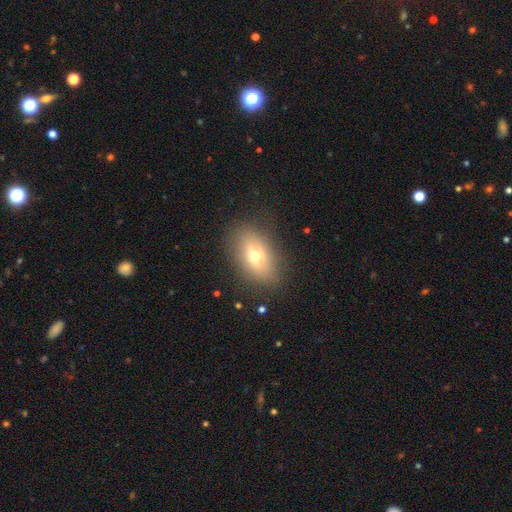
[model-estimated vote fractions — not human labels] A smooth galaxy with no disk features (55%) that is in between round and cigar-shaped (79%).

Vote fractions:
- Smooth or featured? smooth: 55% / featured or disk: 33% / star or artifact: 12%
- How rounded? in between: 79% / round: 16% / cigar-shaped: 6%
- Merging? none: 81% / minor disturbance: 12% / major disturbance: 5% / merger: 1%